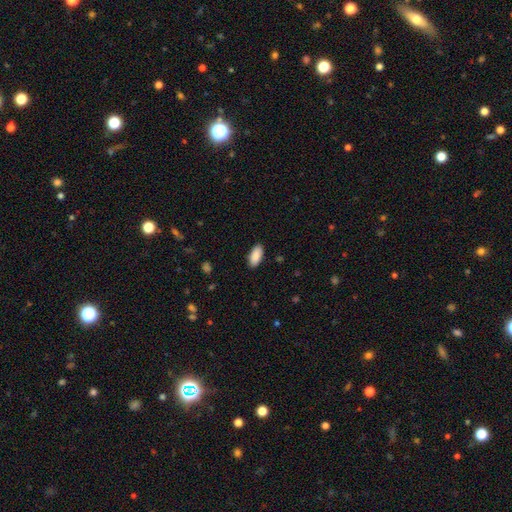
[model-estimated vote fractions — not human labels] Q: Smooth or featured?
A: smooth (90%); runner-up: star or artifact (6%)
Q: How rounded?
A: in between (91%); runner-up: cigar-shaped (7%)
Q: Merging?
A: none (89%); runner-up: minor disturbance (9%)